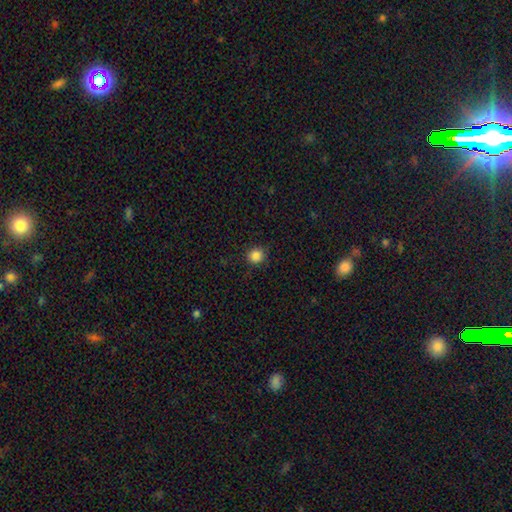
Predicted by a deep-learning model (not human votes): The model was most divided on "smooth or featured": smooth: 86%, star or artifact: 11%, featured or disk: 3%. More confident: how rounded — round (92%); merging — none (88%).